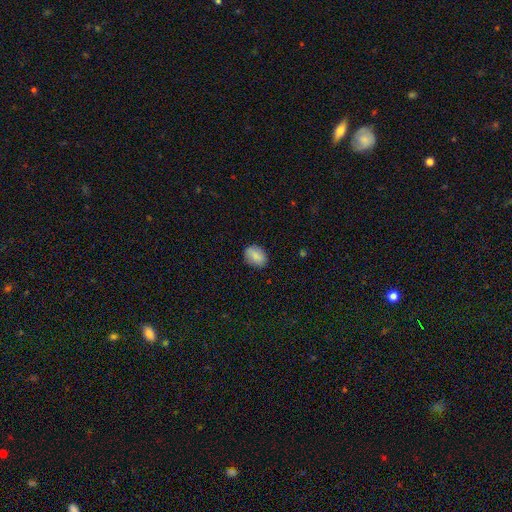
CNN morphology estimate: Q: Smooth or featured?
A: smooth (85%); runner-up: featured or disk (8%)
Q: How rounded?
A: in between (74%); runner-up: round (25%)
Q: Merging?
A: none (82%); runner-up: minor disturbance (14%)